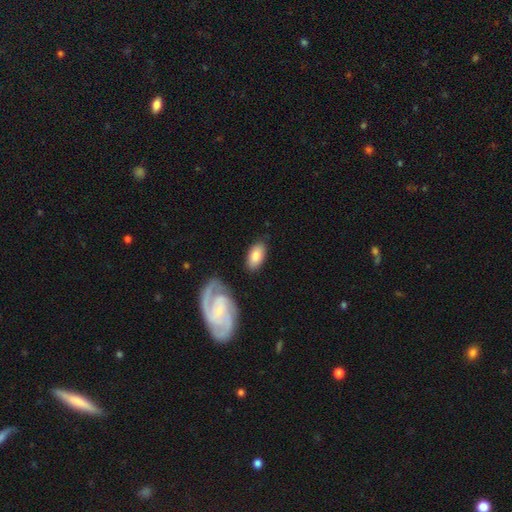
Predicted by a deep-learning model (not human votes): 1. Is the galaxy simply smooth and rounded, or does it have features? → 73% smooth, 21% featured or disk, 6% star or artifact.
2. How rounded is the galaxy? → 92% in between, 4% round, 3% cigar-shaped.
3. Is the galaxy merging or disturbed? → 81% none, 12% minor disturbance, 4% major disturbance, 4% merger.